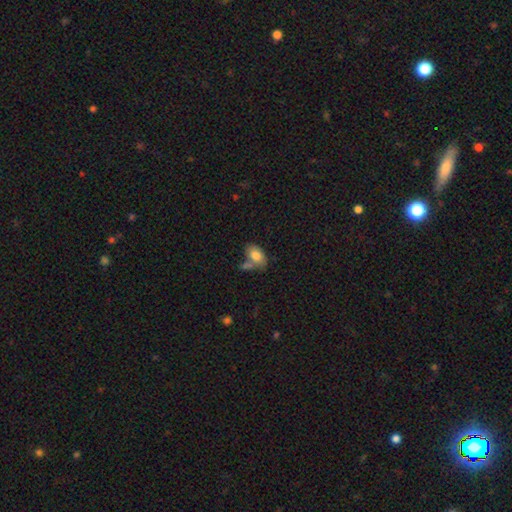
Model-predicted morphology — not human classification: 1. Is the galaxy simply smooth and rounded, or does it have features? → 79% smooth, 14% featured or disk, 7% star or artifact.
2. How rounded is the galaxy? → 89% in between, 10% round, 1% cigar-shaped.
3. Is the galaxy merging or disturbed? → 46% none, 28% merger, 19% minor disturbance, 8% major disturbance.